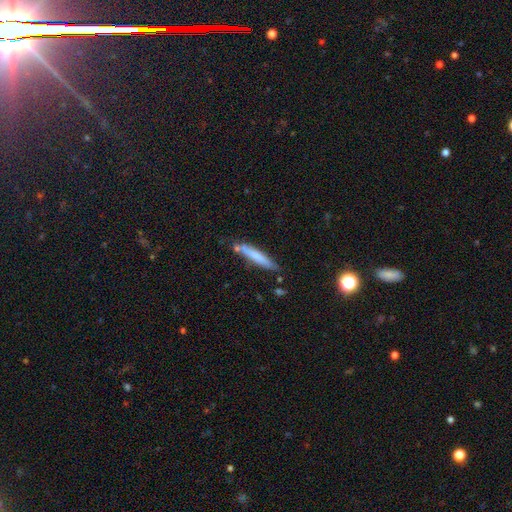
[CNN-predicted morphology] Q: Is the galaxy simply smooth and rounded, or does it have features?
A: smooth — 69%.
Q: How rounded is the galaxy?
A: cigar-shaped — 92%.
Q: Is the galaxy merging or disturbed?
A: none — 73%.